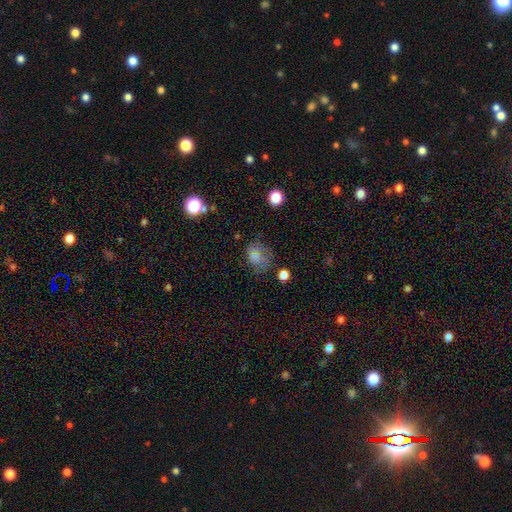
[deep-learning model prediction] smooth 65%, star or artifact 21%, featured or disk 15%. Down the decision tree: how rounded — round (54%); merging — none (54%).